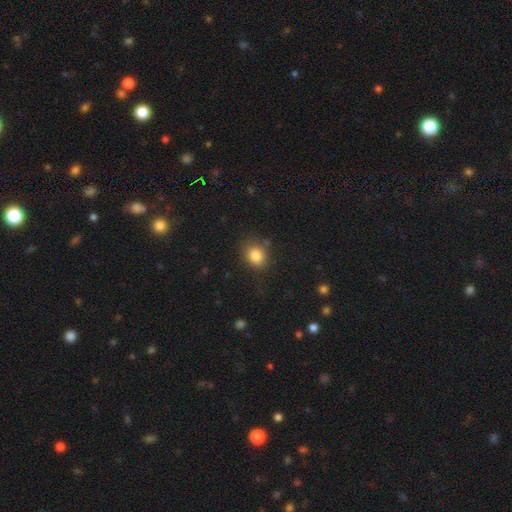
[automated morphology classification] Smooth or featured: smooth — 83% (star or artifact — 11%)
How rounded: round — 59% (in between — 40%)
Merging: none — 74% (minor disturbance — 18%)